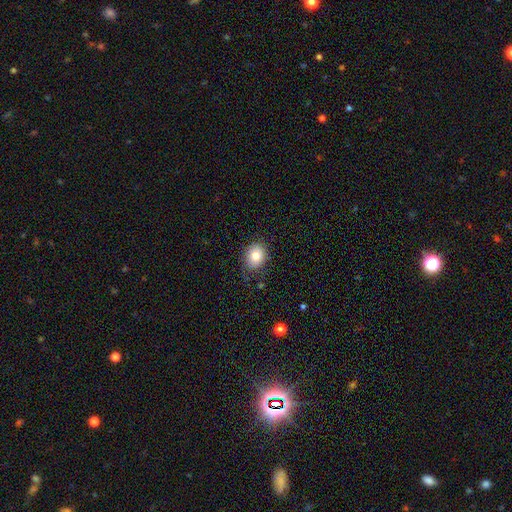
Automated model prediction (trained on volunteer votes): This appears to be a smooth galaxy with no disk features (81%) that is round (52%). Merging: none (74%).